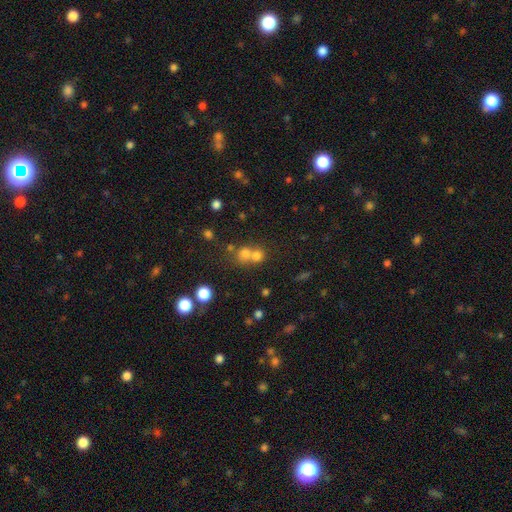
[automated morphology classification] Q: Smooth or featured?
A: smooth (66%); runner-up: star or artifact (22%)
Q: How rounded?
A: round (82%); runner-up: in between (17%)
Q: Merging?
A: merger (51%); runner-up: none (40%)